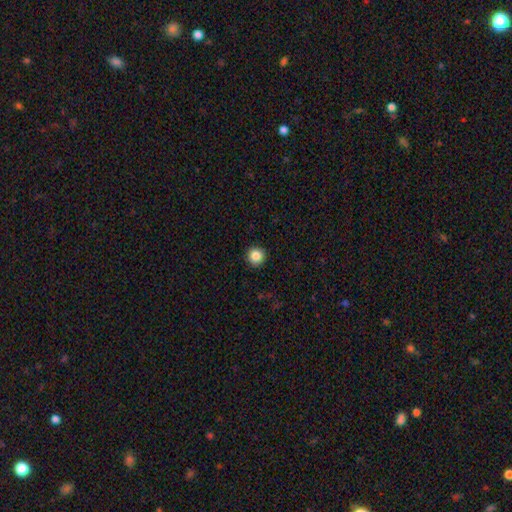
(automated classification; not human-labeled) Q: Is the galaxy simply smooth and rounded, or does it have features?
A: smooth — 86%.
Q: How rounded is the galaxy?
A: round — 95%.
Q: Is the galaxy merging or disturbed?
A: none — 92%.